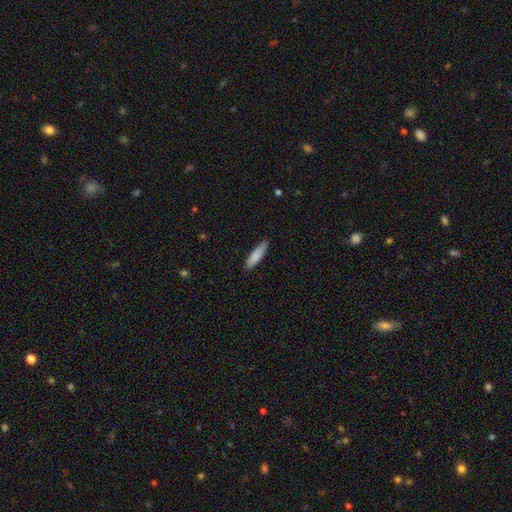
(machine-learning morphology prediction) Smooth or featured: smooth — 84% (featured or disk — 10%)
How rounded: cigar-shaped — 70% (in between — 29%)
Merging: none — 84% (minor disturbance — 13%)